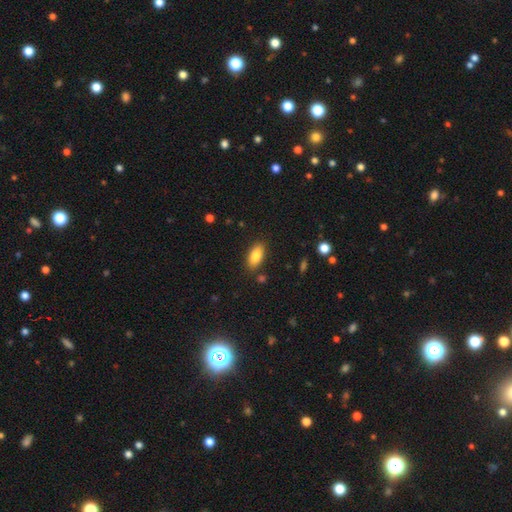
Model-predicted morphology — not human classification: Smooth or featured: smooth — 85% (featured or disk — 8%)
How rounded: in between — 88% (cigar-shaped — 9%)
Merging: none — 85% (minor disturbance — 10%)